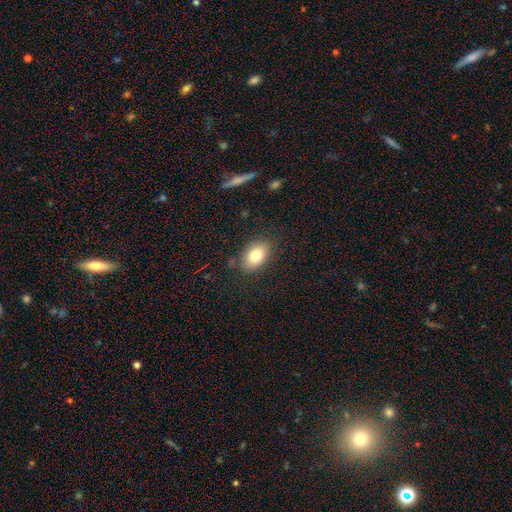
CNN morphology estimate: A smooth galaxy with no disk features (79%) that is in between round and cigar-shaped (87%). Merging: none (83%).